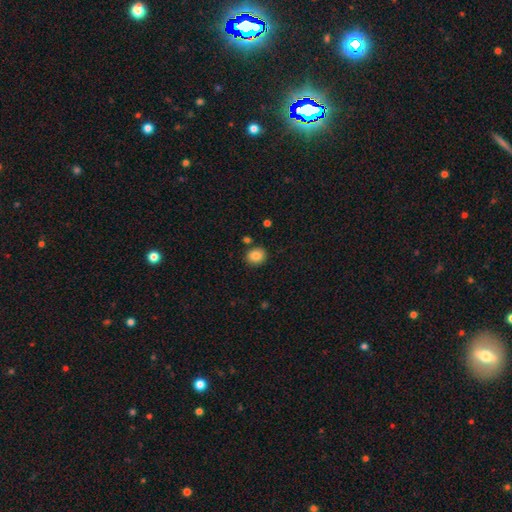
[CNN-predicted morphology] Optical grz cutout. It shows a smooth galaxy with no disk features (86%) that is round (65%). Merging: none (84%).